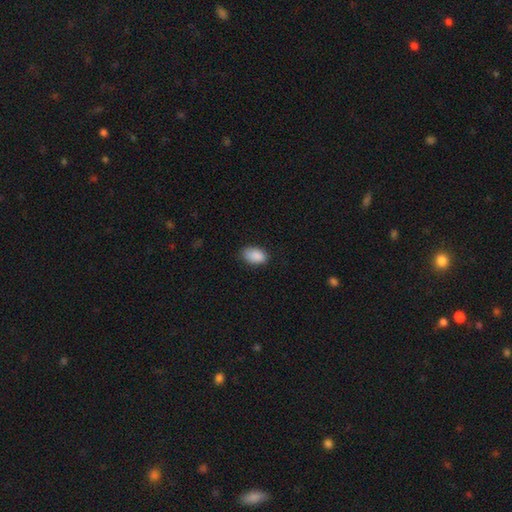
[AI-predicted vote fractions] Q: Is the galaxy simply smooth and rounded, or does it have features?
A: smooth — 89%.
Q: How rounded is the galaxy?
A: in between — 91%.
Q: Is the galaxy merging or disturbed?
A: none — 76%.